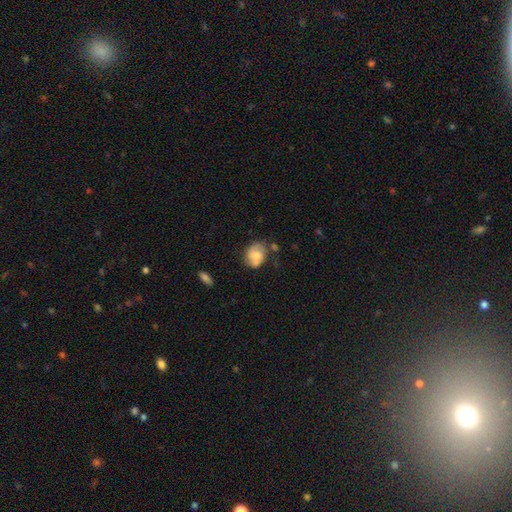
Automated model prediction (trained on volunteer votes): This is possibly a smooth galaxy (55%). How rounded: possibly round (51%). Merging: possibly none (58%).